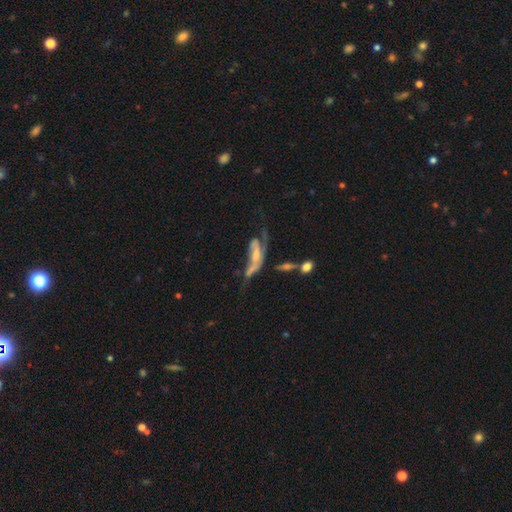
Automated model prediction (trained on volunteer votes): Smooth or featured: featured or disk — 61% (smooth — 28%)
Edge-on disk: no — 79% (yes — 21%)
Merging: major disturbance — 42% (merger — 25%)